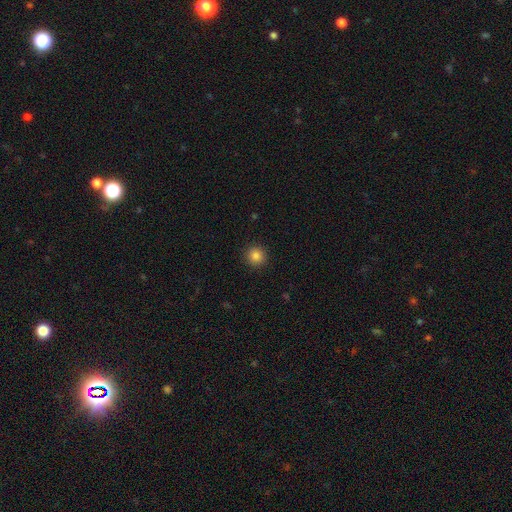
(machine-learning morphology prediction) This is clearly a smooth galaxy (85%). How rounded: clearly round (95%). Merging: clearly none (92%).